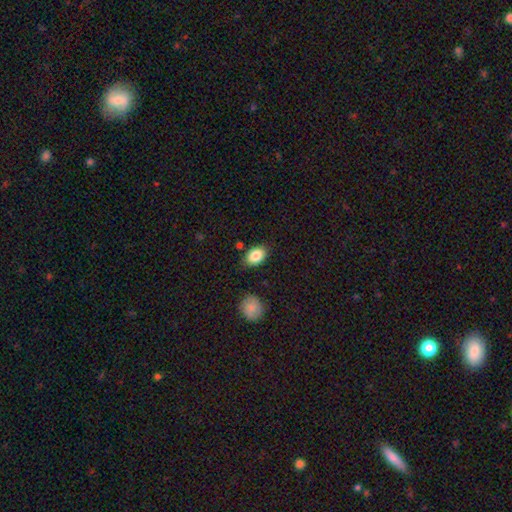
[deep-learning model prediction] This is clearly a smooth galaxy (86%). How rounded: clearly in between (83%). Merging: clearly none (81%).